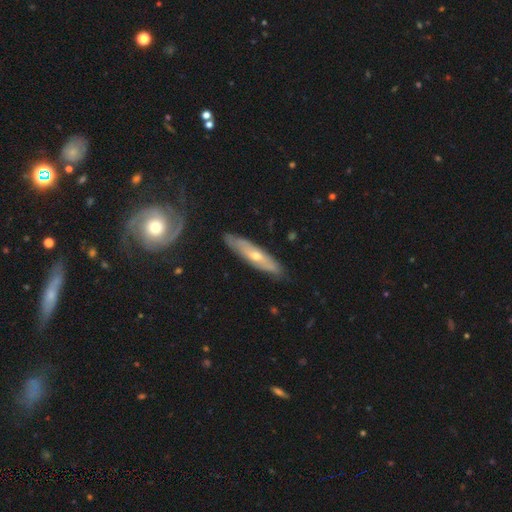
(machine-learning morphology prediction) This appears to be a featured or disk galaxy (60%) viewed edge-on (56%). Merging: none (83%).